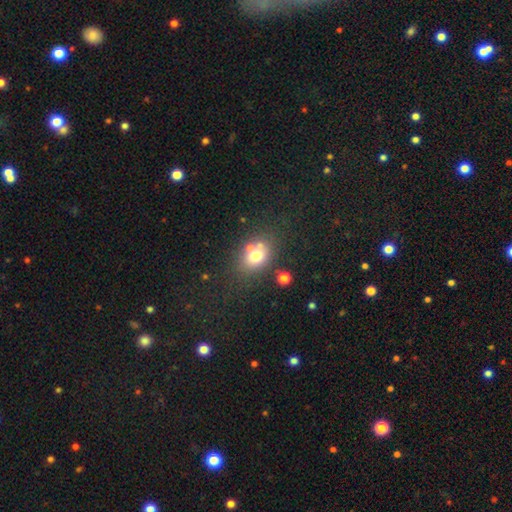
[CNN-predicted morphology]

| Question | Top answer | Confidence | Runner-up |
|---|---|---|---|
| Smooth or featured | smooth | 69% | featured or disk (18%) |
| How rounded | in between | 59% | round (40%) |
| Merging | none | 59% | merger (21%) |